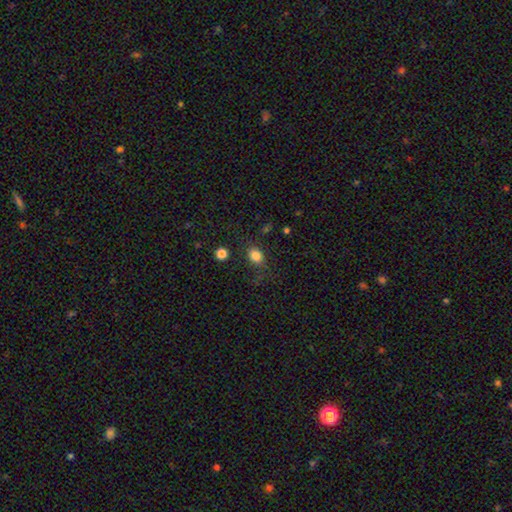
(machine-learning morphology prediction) Smooth or featured? Predicted: smooth (p=0.82). How rounded? Predicted: in between (p=0.50). Merging? Predicted: none (p=0.78).